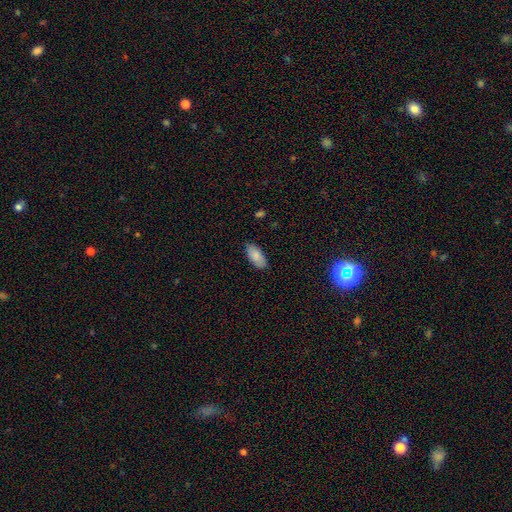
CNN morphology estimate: This appears to be a smooth galaxy with no disk features (87%) that is in between round and cigar-shaped (90%). Merging: none (85%).